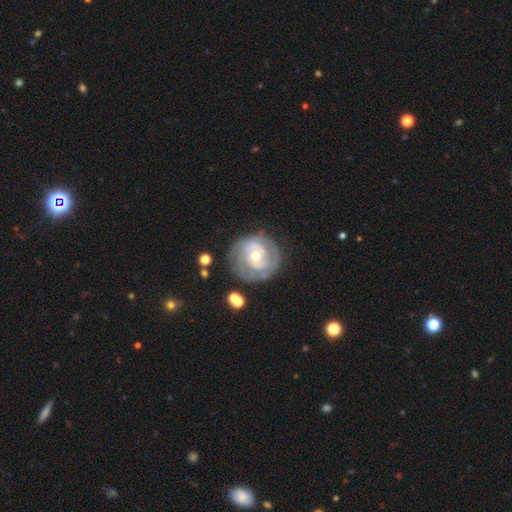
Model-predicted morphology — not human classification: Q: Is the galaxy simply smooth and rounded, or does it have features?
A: featured or disk — 74%.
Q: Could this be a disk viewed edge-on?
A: no — 97%.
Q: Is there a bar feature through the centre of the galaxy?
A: no — 66%.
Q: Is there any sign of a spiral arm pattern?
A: yes — 80%.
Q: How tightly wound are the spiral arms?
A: tight — 64%.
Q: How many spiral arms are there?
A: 2 — 39%.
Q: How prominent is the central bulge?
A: moderate — 69%.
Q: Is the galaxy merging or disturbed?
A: none — 73%.